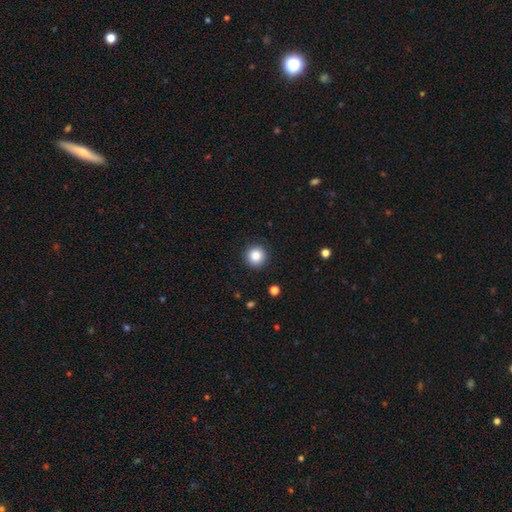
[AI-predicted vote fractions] smooth_or_featured: smooth (p=0.87) [alt: star or artifact p=0.09]
how_rounded: round (p=0.95) [alt: in between p=0.04]
merging: none (p=0.91) [alt: minor disturbance p=0.06]